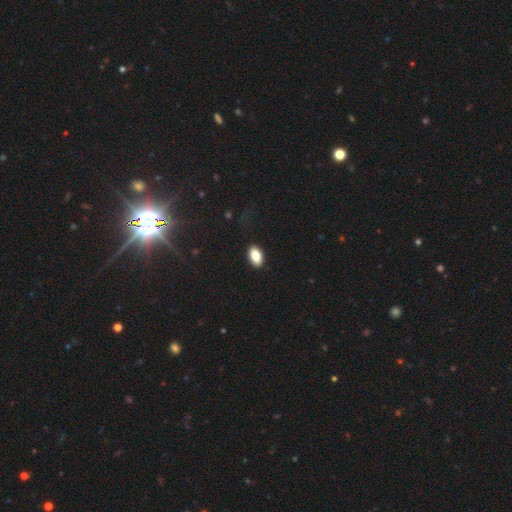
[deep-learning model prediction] A smooth galaxy with no disk features (85%) that is in between round and cigar-shaped (93%). Merging: none (89%).